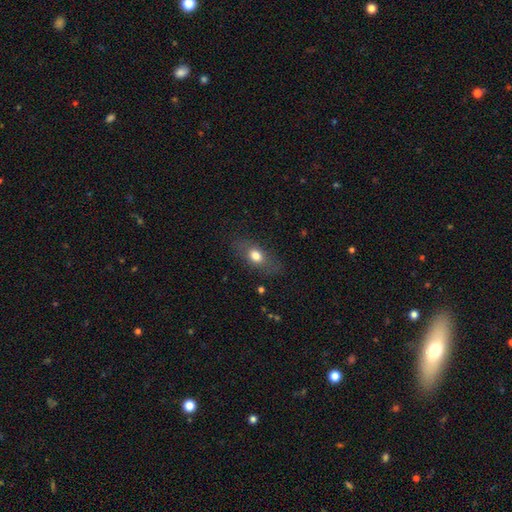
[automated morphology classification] Smooth or featured?
  - smooth: 71% *
  - featured or disk: 20%
  - star or artifact: 9%
How rounded?
  - in between: 74% *
  - round: 16%
  - cigar-shaped: 10%
Merging?
  - none: 77% *
  - minor disturbance: 15%
  - major disturbance: 7%
  - merger: 1%